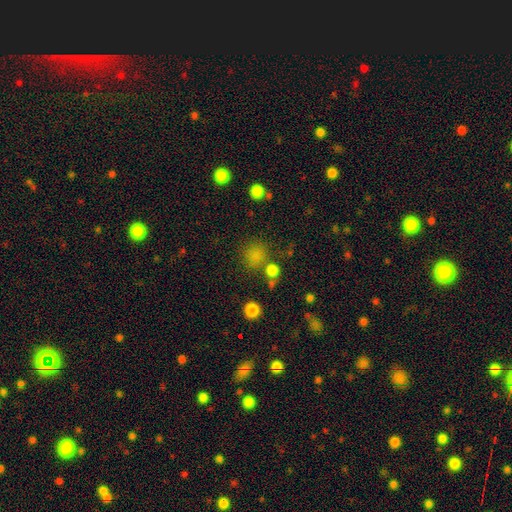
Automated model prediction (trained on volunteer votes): A smooth galaxy with no disk features (76%) that is round (85%). Merging: none (71%).